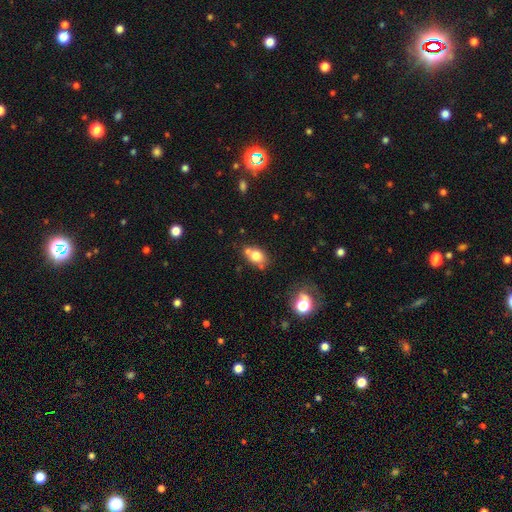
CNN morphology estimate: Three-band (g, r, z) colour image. It shows a smooth galaxy with no disk features (75%) that is in between round and cigar-shaped (65%). Merging: none (55%).